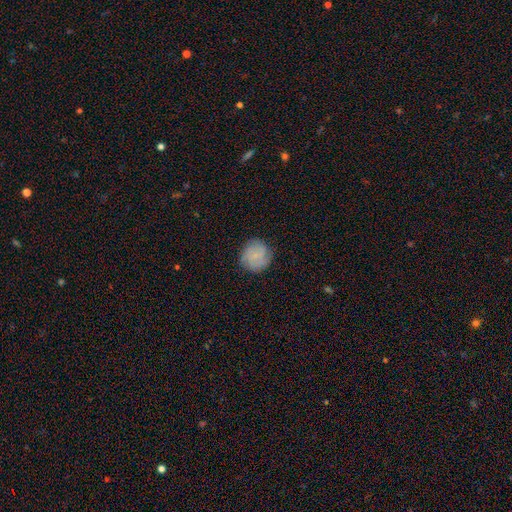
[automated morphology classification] Smooth or featured: smooth — 55% (featured or disk — 36%)
How rounded: round — 90% (in between — 9%)
Merging: none — 81% (minor disturbance — 14%)